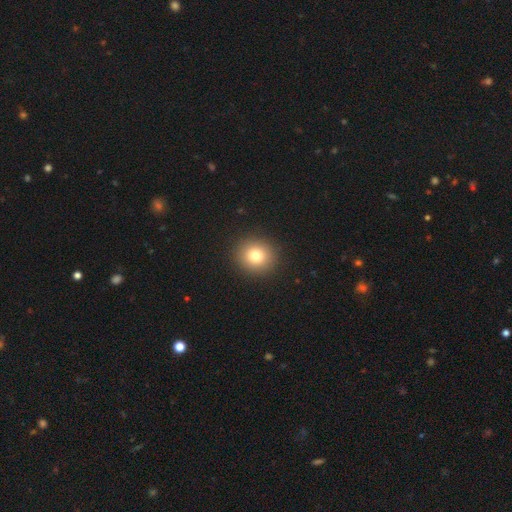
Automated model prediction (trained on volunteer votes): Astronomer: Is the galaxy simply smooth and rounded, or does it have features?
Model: smooth — 79%.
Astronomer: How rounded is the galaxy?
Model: round — 88%.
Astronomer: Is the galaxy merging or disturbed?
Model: none — 92%.